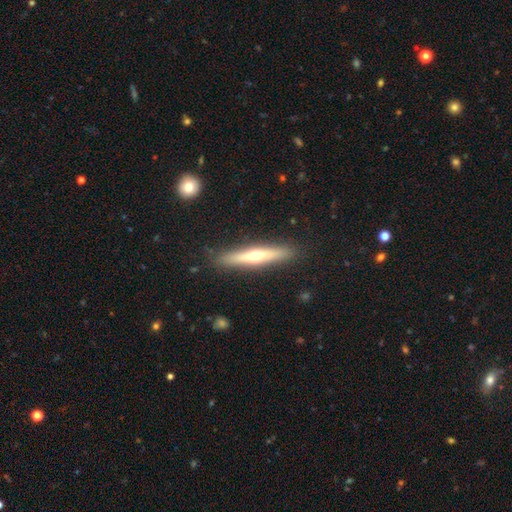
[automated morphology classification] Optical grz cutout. It shows a featured or disk galaxy (56%) viewed edge-on (94%) with a rounded central bulge (86%). Merging: none (89%).